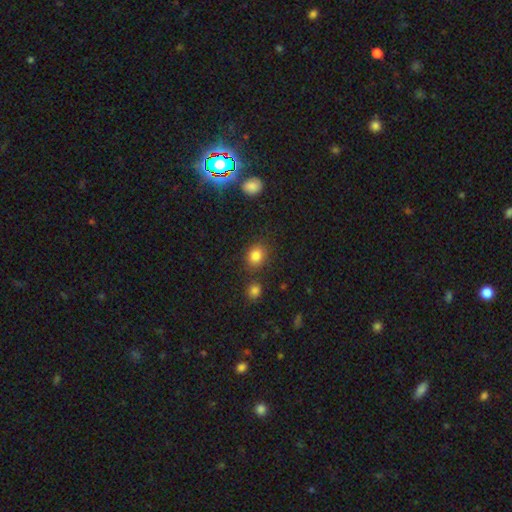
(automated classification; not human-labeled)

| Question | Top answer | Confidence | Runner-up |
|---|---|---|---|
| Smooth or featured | smooth | 83% | star or artifact (12%) |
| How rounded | round | 62% | in between (37%) |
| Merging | none | 79% | minor disturbance (11%) |